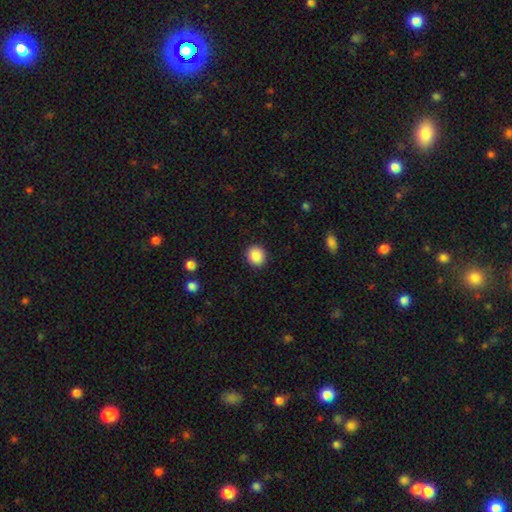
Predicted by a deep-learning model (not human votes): This appears to be a smooth galaxy with no disk features (88%) that is round (81%). Merging: none (91%).